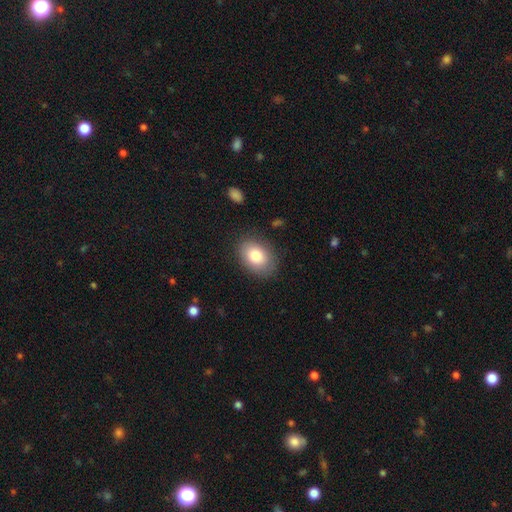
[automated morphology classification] Smooth or featured? Predicted: smooth (p=0.81). How rounded? Predicted: in between (p=0.78). Merging? Predicted: none (p=0.84).